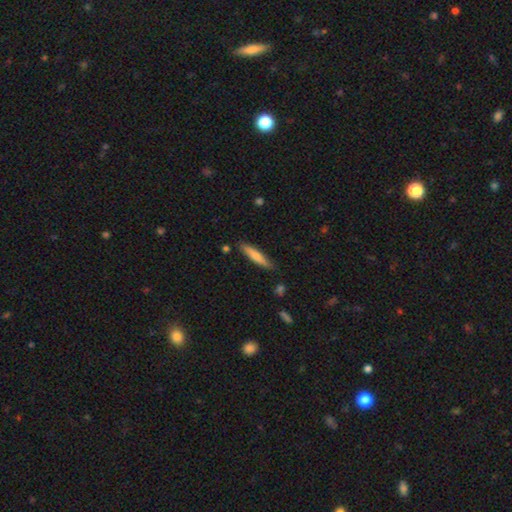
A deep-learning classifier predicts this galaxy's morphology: A smooth galaxy with no disk features (71%) that is cigar-shaped (86%).

Vote fractions:
- Smooth or featured? smooth: 71% / featured or disk: 23% / star or artifact: 6%
- How rounded? cigar-shaped: 86% / in between: 12% / round: 1%
- Merging? none: 84% / minor disturbance: 12% / merger: 2% / major disturbance: 2%